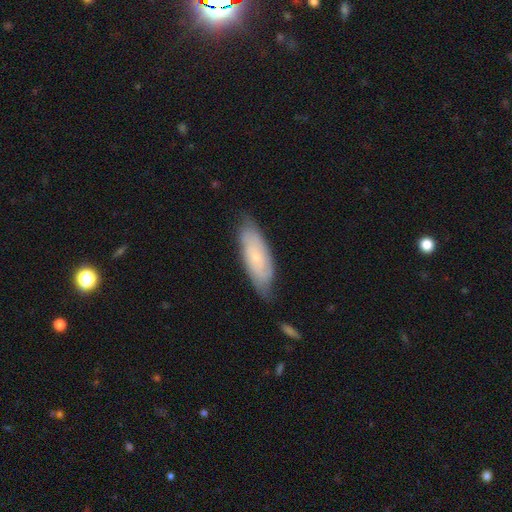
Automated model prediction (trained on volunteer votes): Smooth or featured? Predicted: smooth (p=0.50). How rounded? Predicted: in between (p=0.51). Merging? Predicted: none (p=0.79).